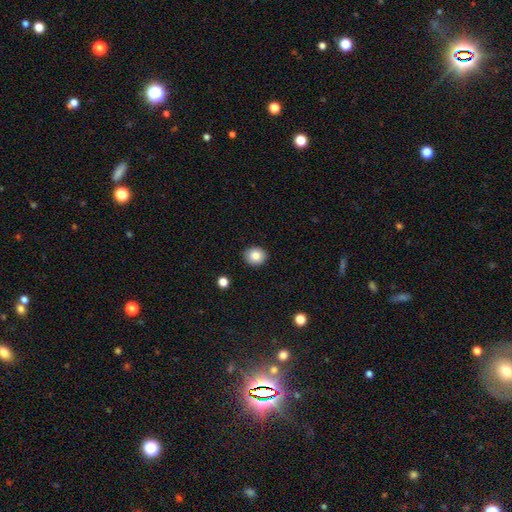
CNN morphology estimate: smooth_or_featured: smooth (p=0.84) [alt: star or artifact p=0.09]
how_rounded: round (p=0.73) [alt: in between p=0.27]
merging: none (p=0.90) [alt: minor disturbance p=0.07]